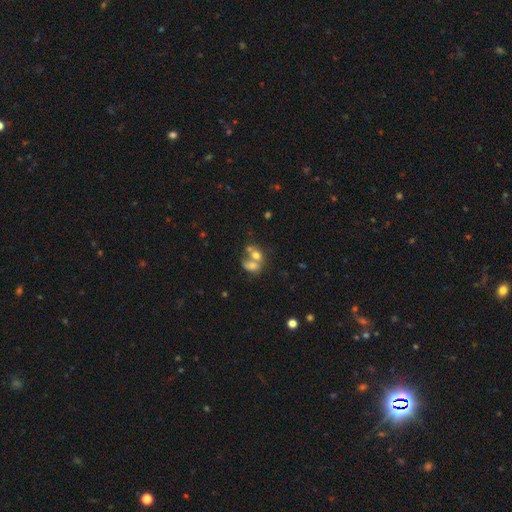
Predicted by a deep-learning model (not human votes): Overall: smooth (62%; featured or disk 26%). How rounded: in between (65%; round 34%). Merging: merger (67%).